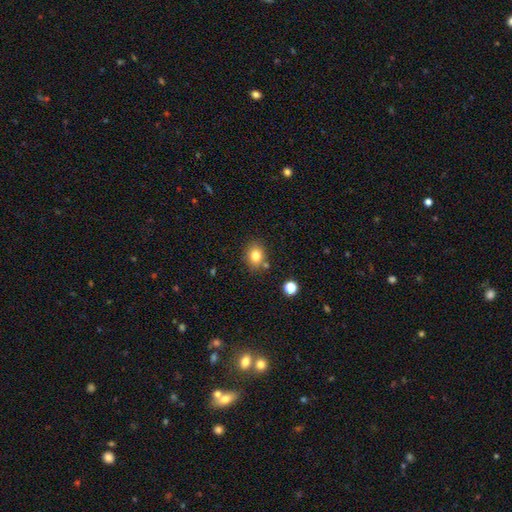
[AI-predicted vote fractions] This appears to be a smooth galaxy with no disk features (79%) that is round (59%). Merging: none (75%).